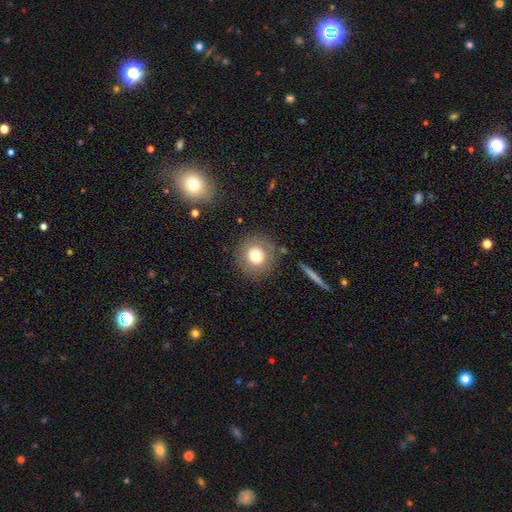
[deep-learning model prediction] Morphology: type=smooth (72%); roundness=round (93%); merging=none (85%).